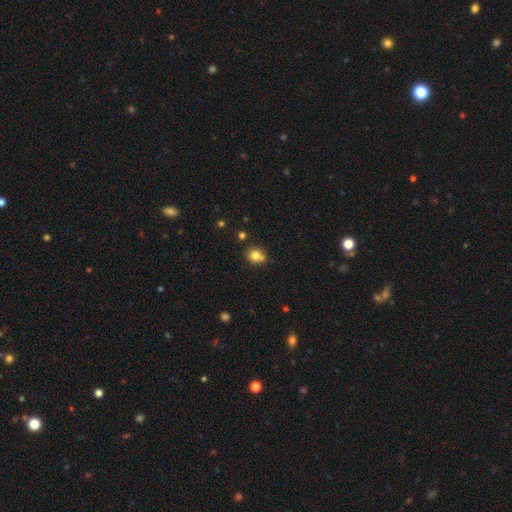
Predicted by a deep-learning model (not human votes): This is likely a smooth galaxy (79%). How rounded: likely round (72%). Merging: likely none (62%).